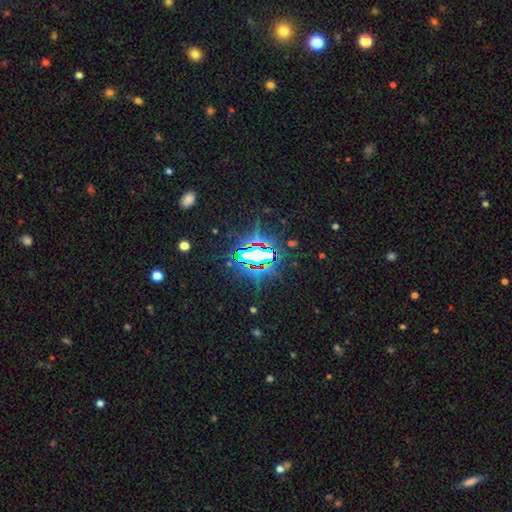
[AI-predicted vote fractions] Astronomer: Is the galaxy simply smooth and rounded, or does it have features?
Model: star or artifact — 77%.